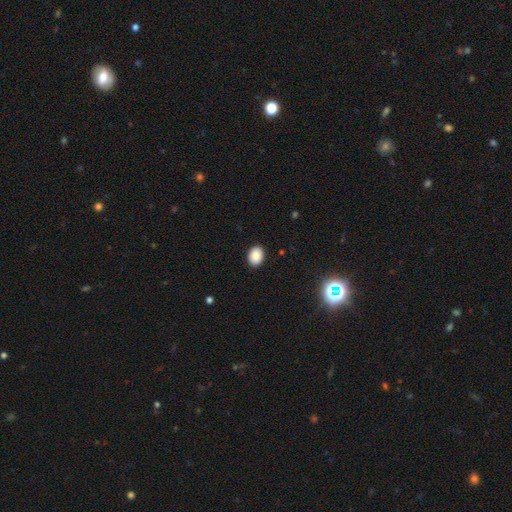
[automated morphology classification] Q: Smooth or featured?
A: smooth (87%); runner-up: star or artifact (9%)
Q: How rounded?
A: in between (67%); runner-up: round (32%)
Q: Merging?
A: none (90%); runner-up: minor disturbance (7%)